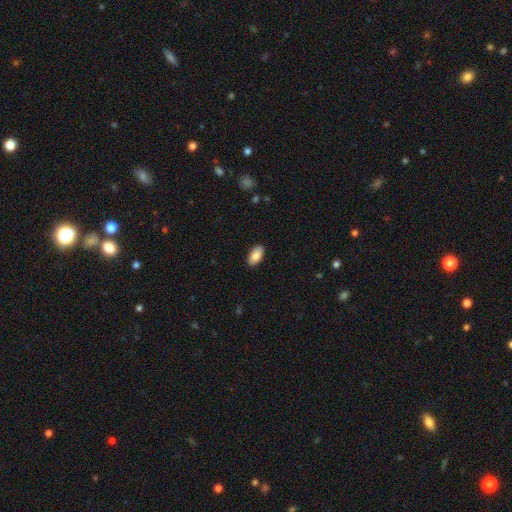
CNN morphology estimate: This appears to be a smooth galaxy with no disk features (86%) that is in between round and cigar-shaped (93%). Merging: none (88%).